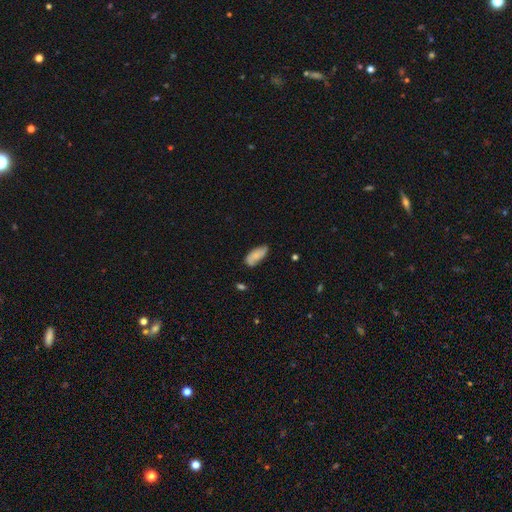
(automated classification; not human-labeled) This appears to be a smooth galaxy with no disk features (73%) that is in between round and cigar-shaped (84%). Merging: none (66%).